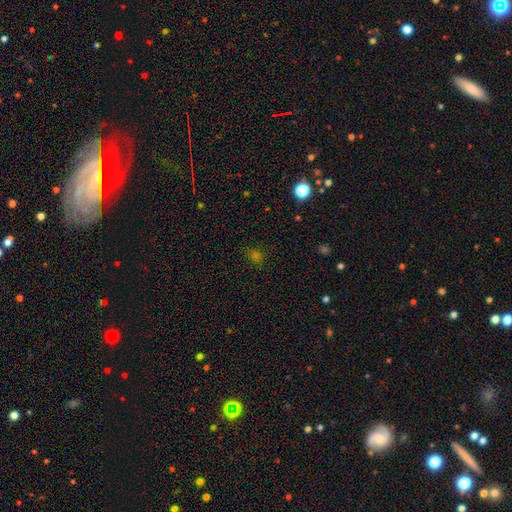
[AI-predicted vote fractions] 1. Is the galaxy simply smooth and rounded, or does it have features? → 50% smooth, 42% star or artifact, 8% featured or disk.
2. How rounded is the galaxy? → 72% round, 26% in between, 2% cigar-shaped.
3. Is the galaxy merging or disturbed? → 82% none, 11% minor disturbance, 5% major disturbance, 2% merger.